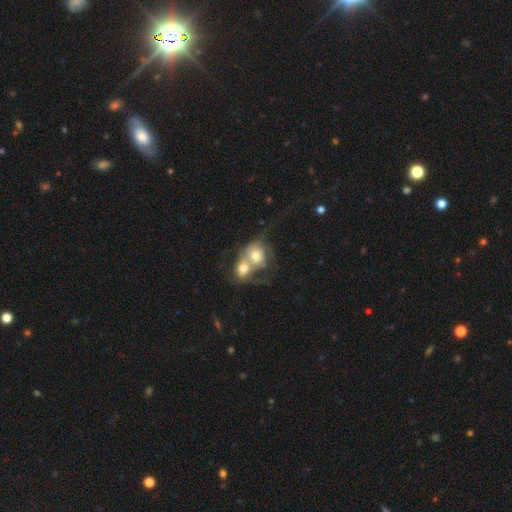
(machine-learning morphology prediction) A smooth galaxy with no disk features (59%) that is round (68%).

Vote fractions:
- Smooth or featured? smooth: 59% / featured or disk: 33% / star or artifact: 8%
- How rounded? round: 68% / in between: 30% / cigar-shaped: 1%
- Merging? merger: 80% / none: 10% / major disturbance: 6% / minor disturbance: 5%